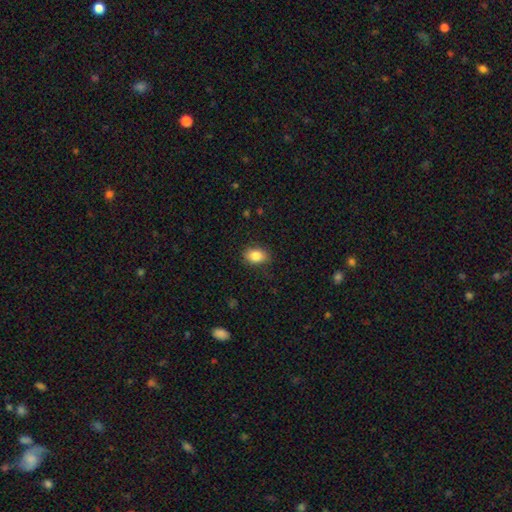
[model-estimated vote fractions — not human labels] smooth-or-featured: smooth: 85% | star or artifact: 8% | featured or disk: 7%
  how-rounded: in between: 81% | round: 17% | cigar-shaped: 1%
  merging: none: 85% | minor disturbance: 11% | major disturbance: 3% | merger: 1%